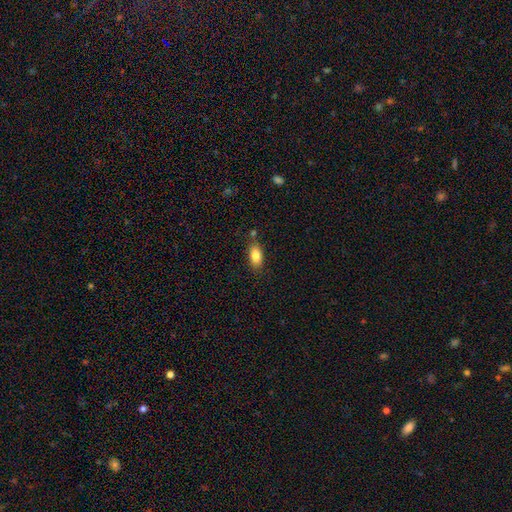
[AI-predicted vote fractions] Smooth or featured?
  - smooth: 83% *
  - featured or disk: 9%
  - star or artifact: 8%
How rounded?
  - in between: 88% *
  - cigar-shaped: 7%
  - round: 5%
Merging?
  - none: 78% *
  - minor disturbance: 13%
  - merger: 6%
  - major disturbance: 3%